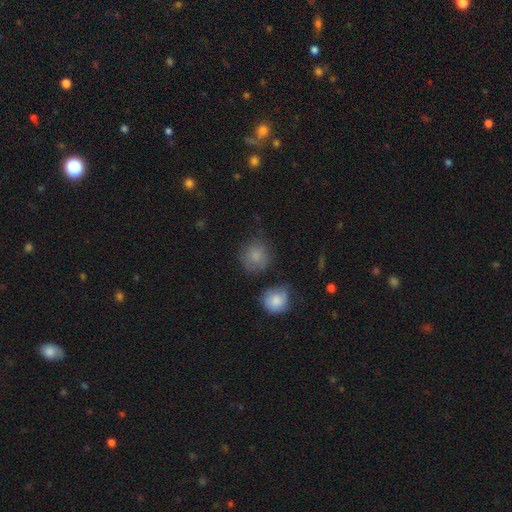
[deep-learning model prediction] A smooth galaxy with no disk features (83%) that is round (89%). Merging: none (70%).